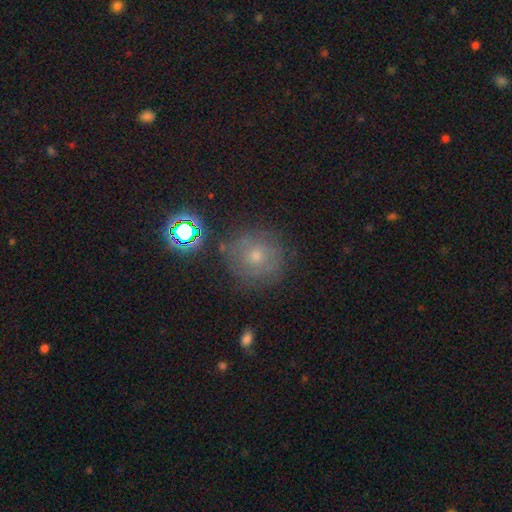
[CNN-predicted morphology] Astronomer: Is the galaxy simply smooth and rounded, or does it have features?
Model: smooth — 40% (runner-up: featured or disk, 32%).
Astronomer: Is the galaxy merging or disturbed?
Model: none — 79%.